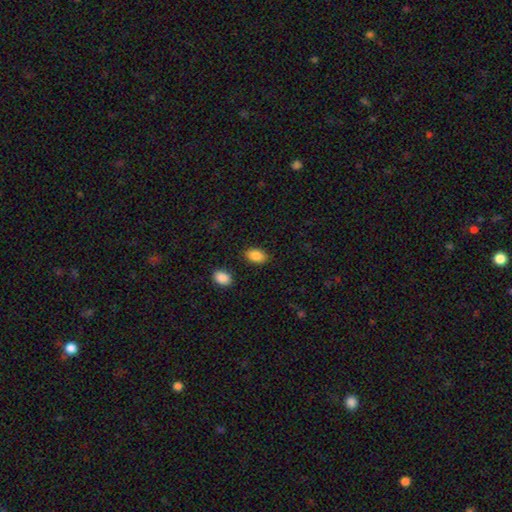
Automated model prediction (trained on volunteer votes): This appears to be a smooth galaxy with no disk features (88%) that is in between round and cigar-shaped (90%). Merging: none (85%).